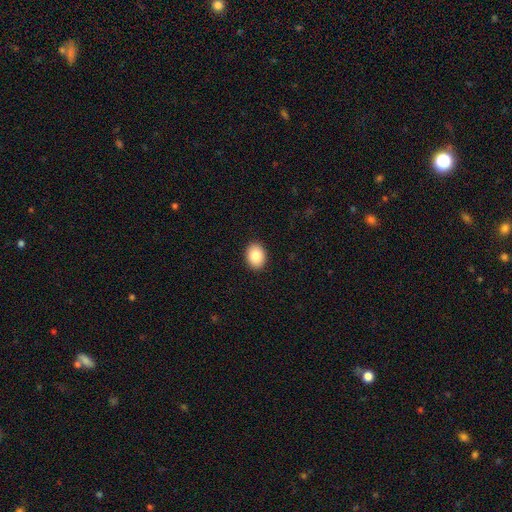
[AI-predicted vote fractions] Smooth or featured? Predicted: smooth (p=0.85). How rounded? Predicted: in between (p=0.67). Merging? Predicted: none (p=0.91).